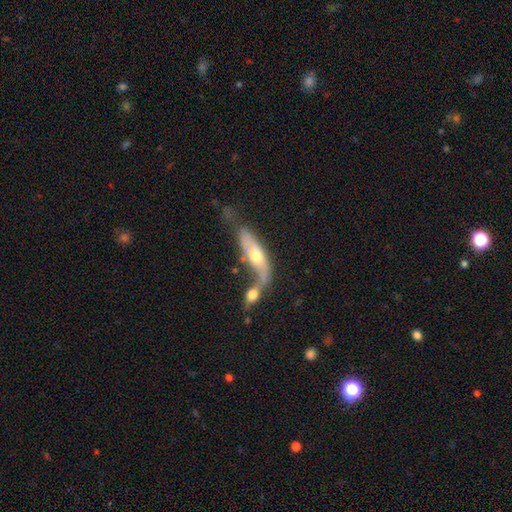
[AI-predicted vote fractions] smooth-or-featured: featured or disk: 52% | smooth: 42% | star or artifact: 6%
  disk-edge-on: no: 56% | yes: 44%
  merging: merger: 56% | none: 22% | minor disturbance: 12% | major disturbance: 10%